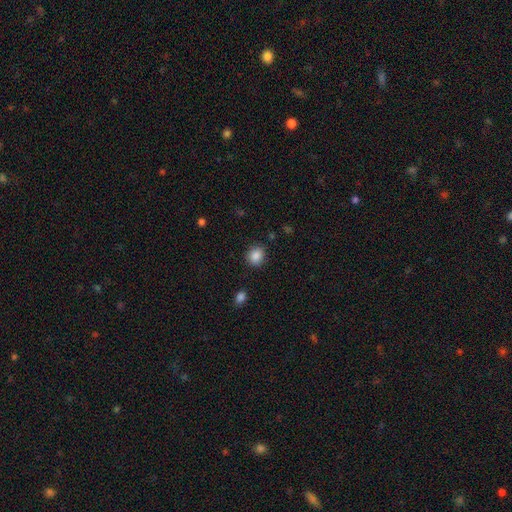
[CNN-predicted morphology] Smooth or featured? Predicted: smooth (p=0.87). How rounded? Predicted: round (p=0.74). Merging? Predicted: none (p=0.86).